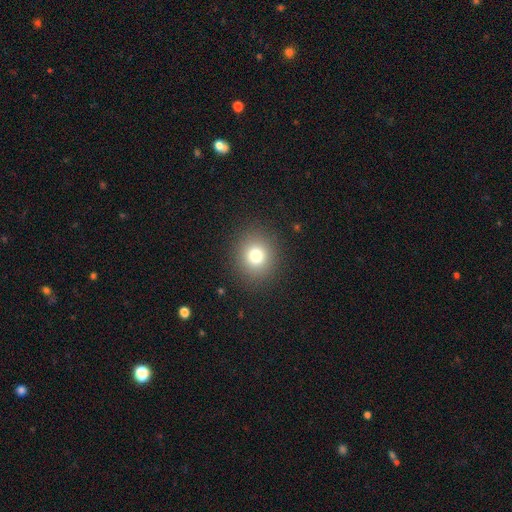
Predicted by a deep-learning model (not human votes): This appears to be a smooth galaxy with no disk features (78%) that is round (83%). Merging: none (89%).